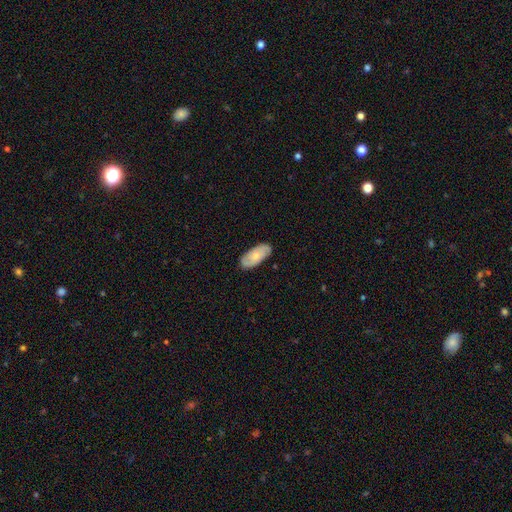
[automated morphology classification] Smooth or featured? smooth (52%)
How rounded? in between (90%)
Merging? none (85%)